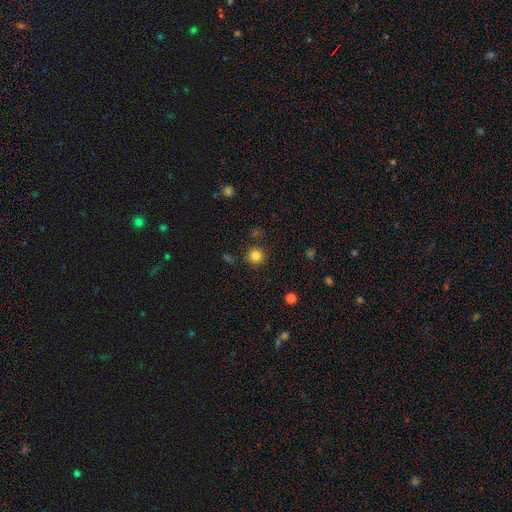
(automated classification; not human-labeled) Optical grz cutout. It shows a smooth galaxy with no disk features (82%) that is round (94%). Merging: none (88%).